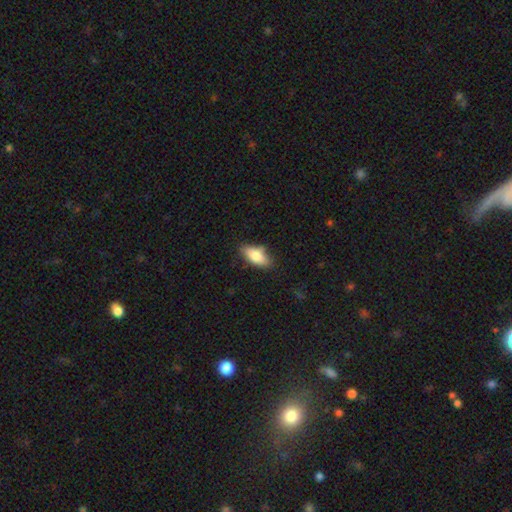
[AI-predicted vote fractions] Overall: smooth (82%). How rounded: in between (86%). Merging: none (76%).